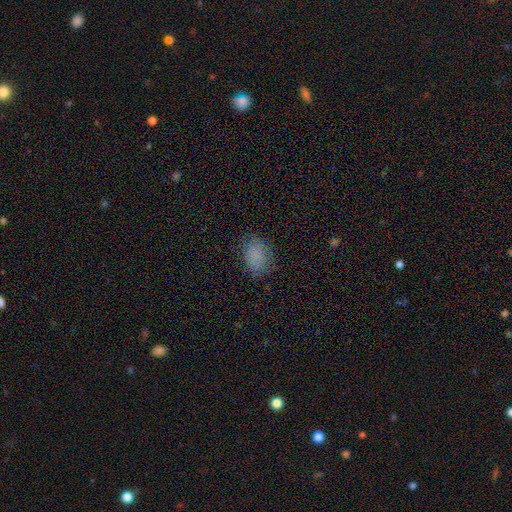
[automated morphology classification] A smooth galaxy with no disk features (83%) that is in between round and cigar-shaped (65%).

Vote fractions:
- Smooth or featured? smooth: 83% / star or artifact: 10% / featured or disk: 7%
- How rounded? in between: 65% / round: 34% / cigar-shaped: 1%
- Merging? none: 74% / minor disturbance: 19% / major disturbance: 6% / merger: 1%